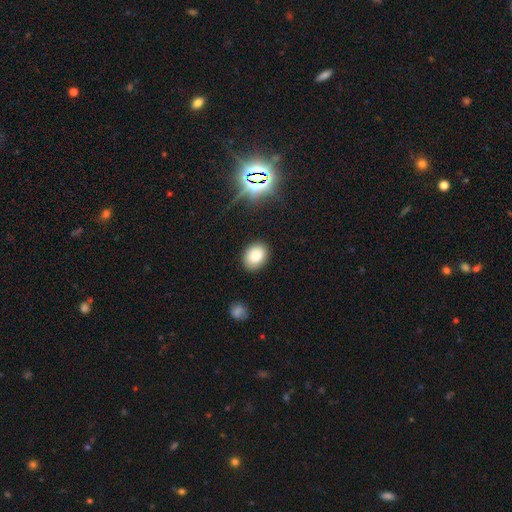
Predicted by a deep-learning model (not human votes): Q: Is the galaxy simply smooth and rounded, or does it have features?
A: smooth — 82%.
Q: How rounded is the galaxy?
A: in between — 64%.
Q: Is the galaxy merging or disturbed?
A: none — 87%.